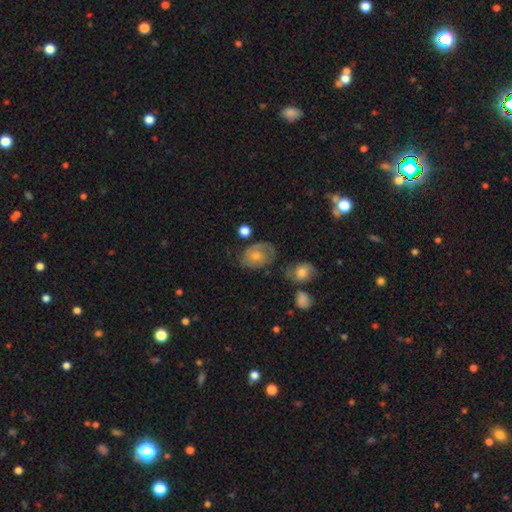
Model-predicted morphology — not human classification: A featured or disk galaxy (46%, tied with smooth). Merging: none (53%).